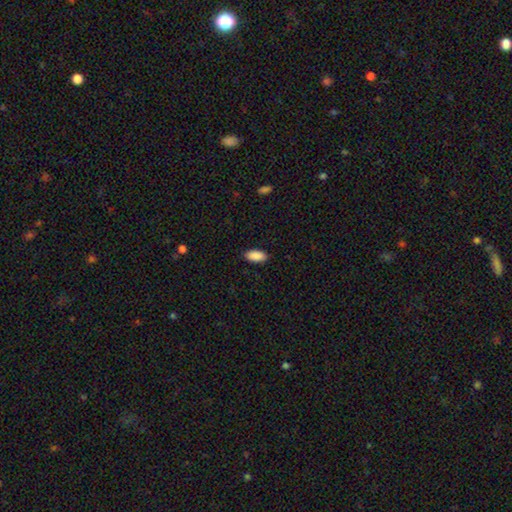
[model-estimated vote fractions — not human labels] Morphology: type=smooth (90%); roundness=in between (92%); merging=none (88%).